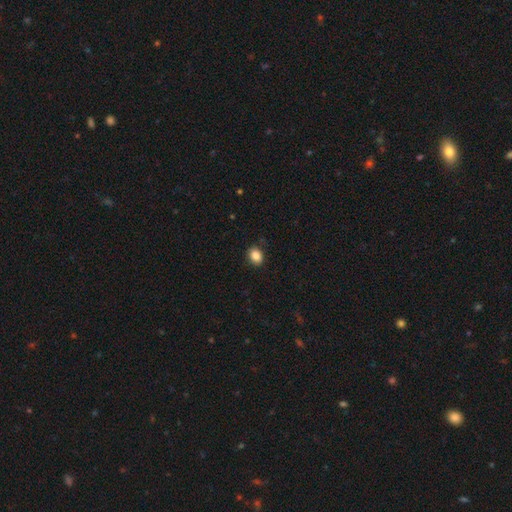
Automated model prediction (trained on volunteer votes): The model was most divided on "how rounded": in between: 56%, round: 43%, cigar-shaped: 1%. More confident: smooth or featured — smooth (87%); merging — none (86%).